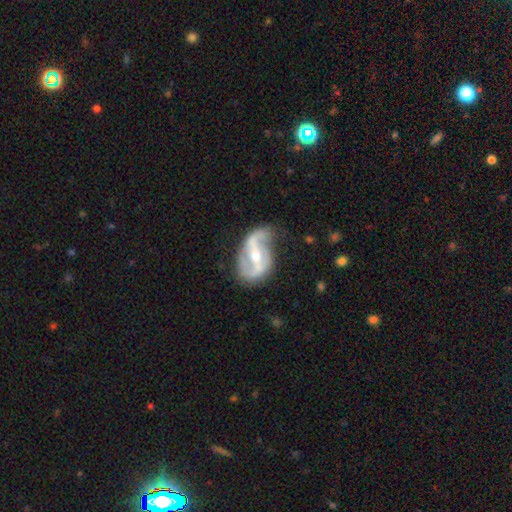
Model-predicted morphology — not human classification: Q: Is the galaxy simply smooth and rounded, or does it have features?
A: featured or disk — 88%.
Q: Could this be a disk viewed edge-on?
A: no — 96%.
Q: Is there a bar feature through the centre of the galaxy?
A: strong — 61%.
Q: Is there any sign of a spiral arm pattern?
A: yes — 90%.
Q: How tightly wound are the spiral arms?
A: loose — 50%.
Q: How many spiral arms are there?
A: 2 — 89%.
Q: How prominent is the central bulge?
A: moderate — 55%.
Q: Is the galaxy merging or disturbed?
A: none — 60%.